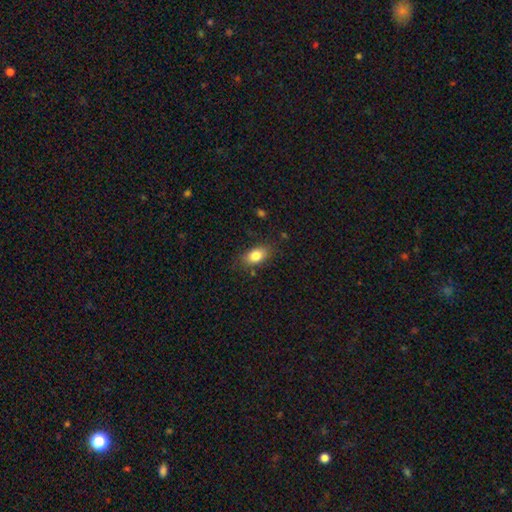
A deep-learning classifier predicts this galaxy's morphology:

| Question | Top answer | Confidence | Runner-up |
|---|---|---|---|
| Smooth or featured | smooth | 82% | featured or disk (10%) |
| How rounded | in between | 86% | round (10%) |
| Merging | none | 80% | minor disturbance (15%) |